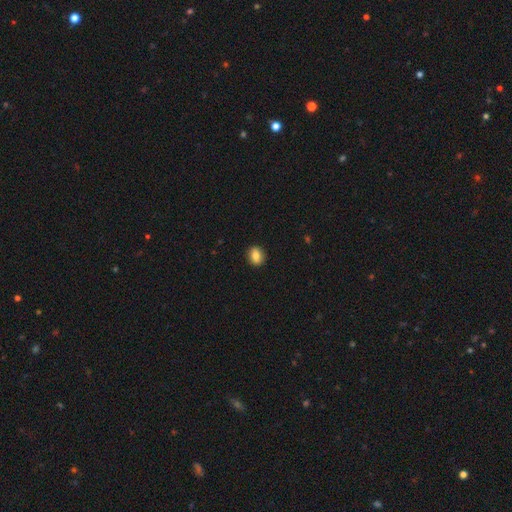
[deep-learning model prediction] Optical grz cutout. It shows a smooth galaxy with no disk features (80%) that is round (58%). Merging: none (91%).